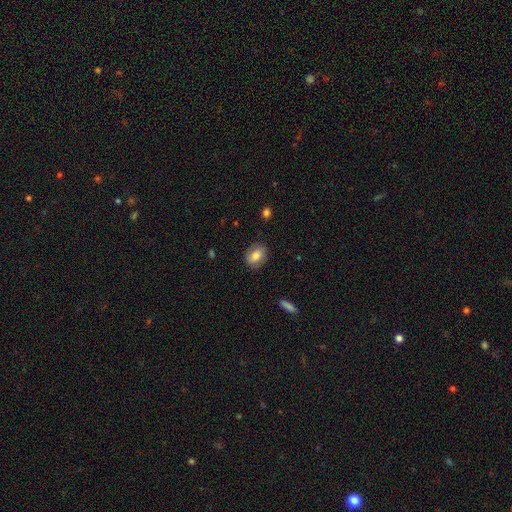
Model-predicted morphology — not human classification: type=smooth (74%); roundness=in between (68%); merging=none (83%).